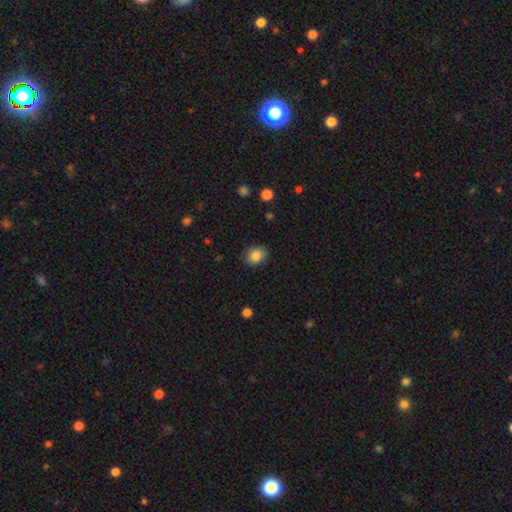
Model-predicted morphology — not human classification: The model was most divided on "how rounded": round: 56%, in between: 43%, cigar-shaped: 1%. More confident: smooth or featured — smooth (86%); merging — none (83%).